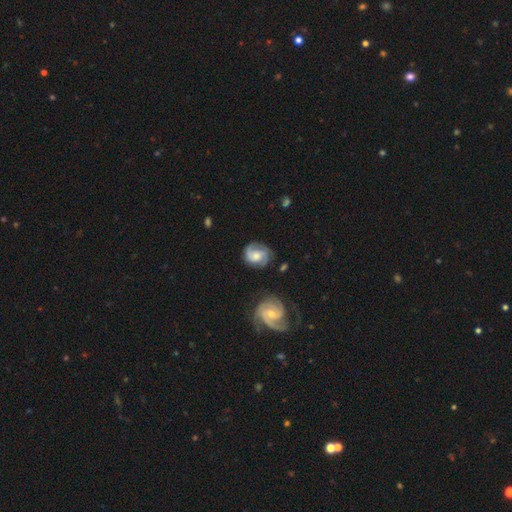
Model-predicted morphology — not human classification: This appears to be a featured or disk galaxy (73%) with no bar (57%), 2 (53%) medium (44%) spiral arms (95%) and a moderate central bulge (58%). Merging: none (72%).